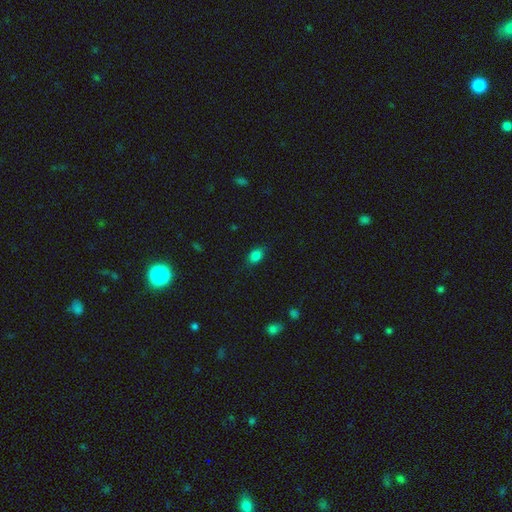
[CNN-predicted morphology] Smooth or featured?
  - smooth: 83% *
  - star or artifact: 12%
  - featured or disk: 5%
How rounded?
  - in between: 77% *
  - round: 21%
  - cigar-shaped: 2%
Merging?
  - none: 80% *
  - minor disturbance: 15%
  - major disturbance: 4%
  - merger: 1%